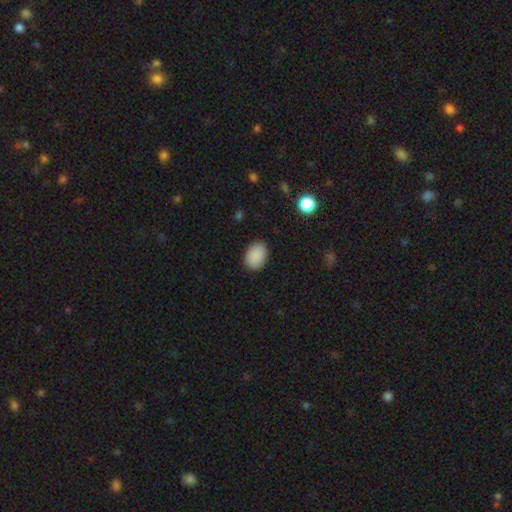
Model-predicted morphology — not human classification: Overall: smooth (89%). How rounded: in between (73%). Merging: none (87%).